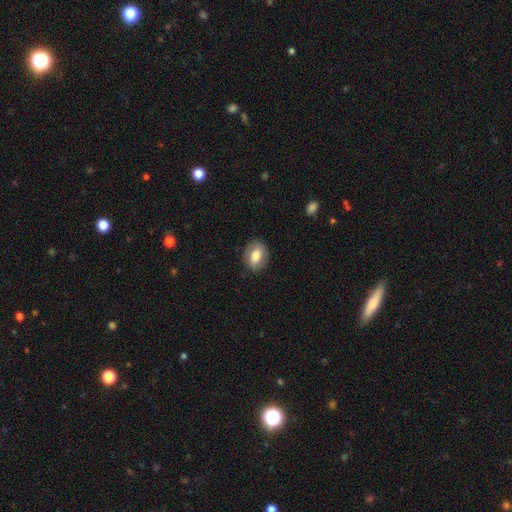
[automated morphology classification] Smooth or featured? smooth (71%)
How rounded? in between (61%)
Merging? none (85%)